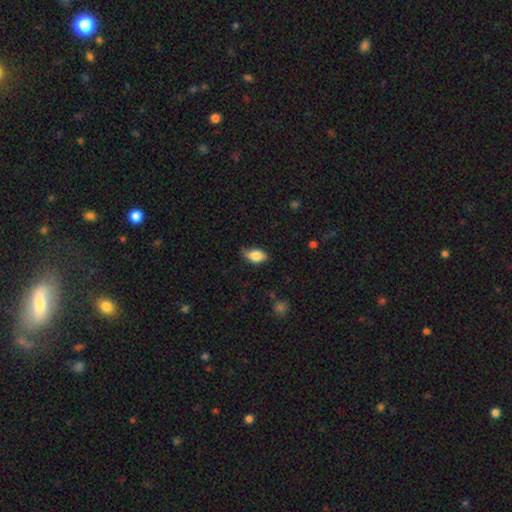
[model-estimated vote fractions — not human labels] smooth 78%, featured or disk 14%, star or artifact 7%. Down the decision tree: how rounded — in between (89%); merging — none (57%).